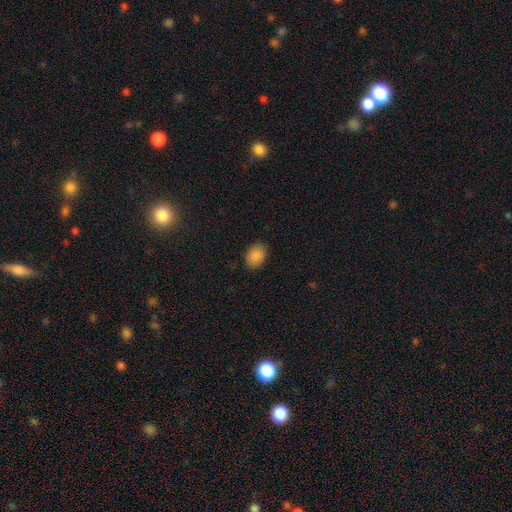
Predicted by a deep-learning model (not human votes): Smooth or featured? Predicted: smooth (p=0.89). How rounded? Predicted: in between (p=0.72). Merging? Predicted: none (p=0.86).